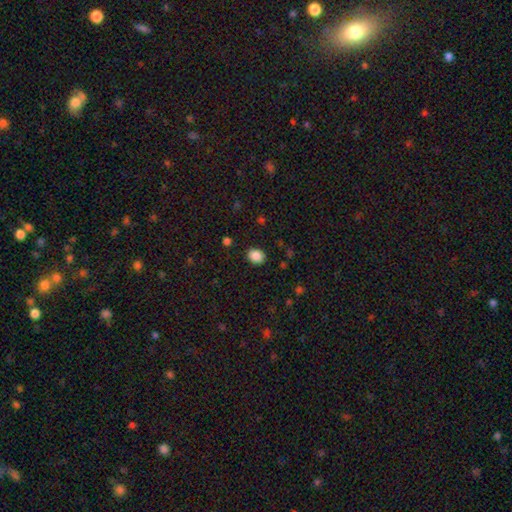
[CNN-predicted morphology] This appears to be a smooth galaxy with no disk features (87%) that is round (54%). Merging: none (88%).